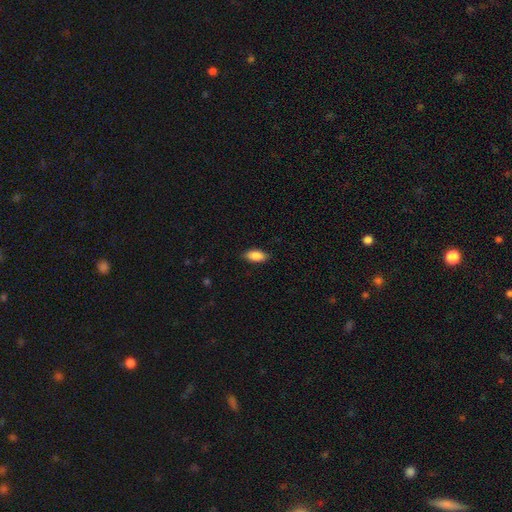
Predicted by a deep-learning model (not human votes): This appears to be a smooth galaxy with no disk features (87%) that is in between round and cigar-shaped (89%). Merging: none (86%).